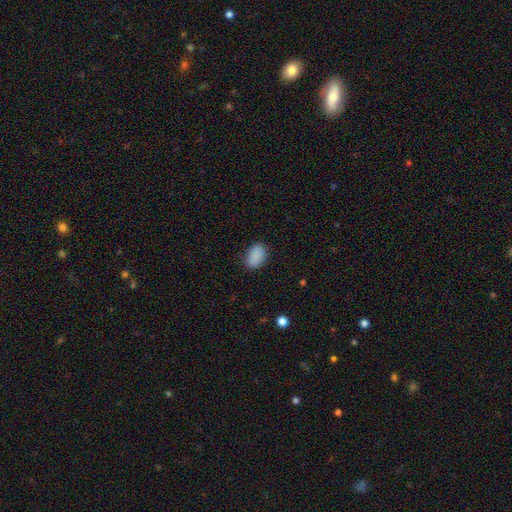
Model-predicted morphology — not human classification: smooth_or_featured: smooth (p=0.89) [alt: star or artifact p=0.08]
how_rounded: in between (p=0.87) [alt: round p=0.12]
merging: none (p=0.83) [alt: minor disturbance p=0.13]